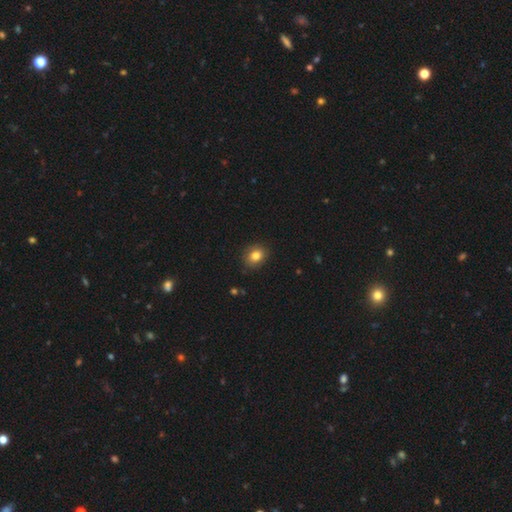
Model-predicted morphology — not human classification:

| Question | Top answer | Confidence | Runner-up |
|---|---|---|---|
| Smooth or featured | smooth | 83% | star or artifact (10%) |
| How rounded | round | 52% | in between (47%) |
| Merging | none | 87% | minor disturbance (10%) |